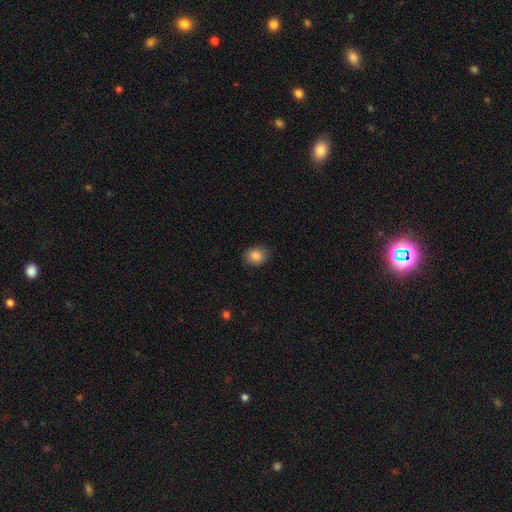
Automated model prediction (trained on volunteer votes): Smooth or featured? Predicted: smooth (p=0.86). How rounded? Predicted: round (p=0.61). Merging? Predicted: none (p=0.87).